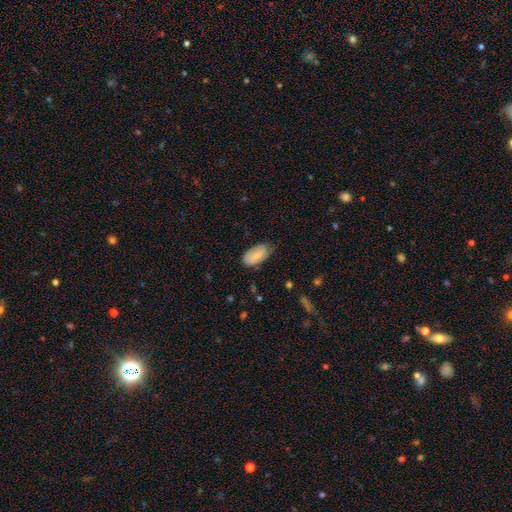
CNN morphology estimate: Q: Smooth or featured?
A: smooth (80%); runner-up: featured or disk (14%)
Q: How rounded?
A: in between (94%); runner-up: cigar-shaped (3%)
Q: Merging?
A: none (65%); runner-up: minor disturbance (28%)